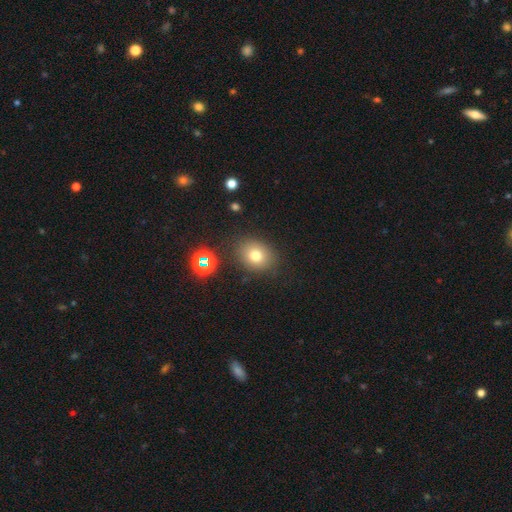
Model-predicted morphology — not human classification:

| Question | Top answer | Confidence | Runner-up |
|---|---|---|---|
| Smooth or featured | smooth | 75% | star or artifact (14%) |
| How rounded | round | 57% | in between (42%) |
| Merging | none | 83% | minor disturbance (11%) |